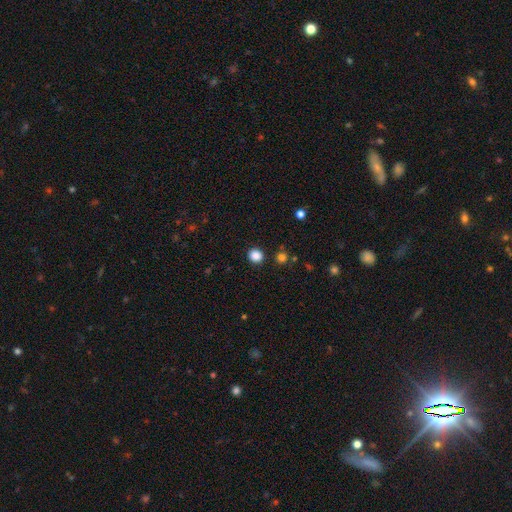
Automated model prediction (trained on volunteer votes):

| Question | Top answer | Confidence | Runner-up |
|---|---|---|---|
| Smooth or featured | smooth | 86% | star or artifact (11%) |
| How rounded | round | 87% | in between (12%) |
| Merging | none | 90% | minor disturbance (5%) |